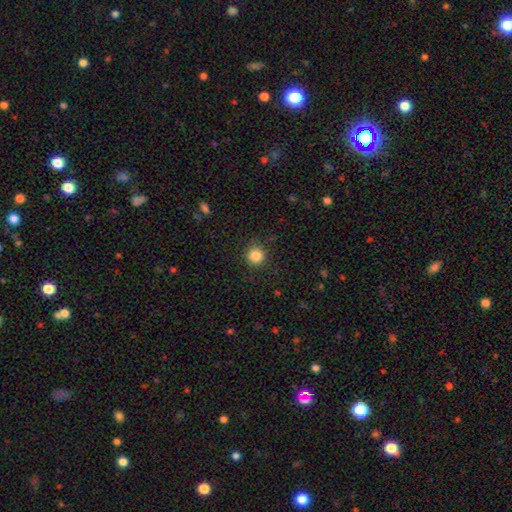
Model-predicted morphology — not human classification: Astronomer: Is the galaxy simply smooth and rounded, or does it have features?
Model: smooth — 85%.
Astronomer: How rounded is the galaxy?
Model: round — 94%.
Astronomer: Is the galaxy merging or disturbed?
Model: none — 88%.